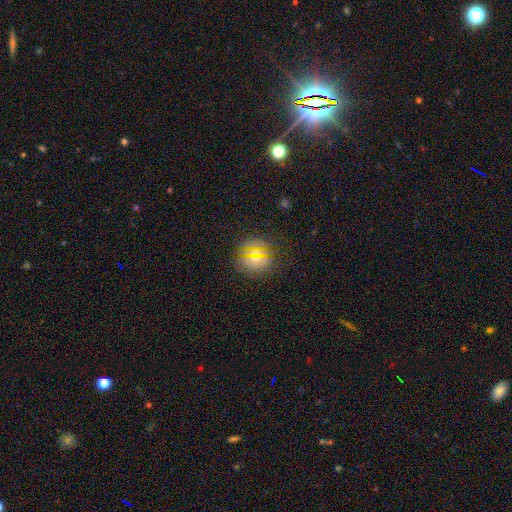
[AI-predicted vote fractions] Overall: smooth (55%; star or artifact 32%). How rounded: round (68%; in between 28%). Merging: none (79%).